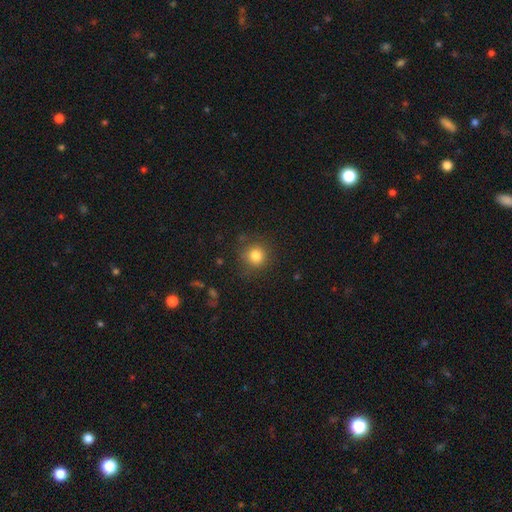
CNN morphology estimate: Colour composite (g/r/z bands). It shows a smooth galaxy with no disk features (82%) that is round (92%). Merging: none (84%).